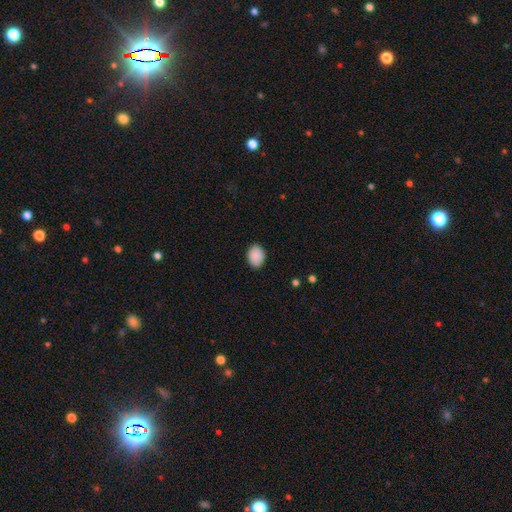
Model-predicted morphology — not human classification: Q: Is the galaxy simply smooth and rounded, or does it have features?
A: smooth — 90%.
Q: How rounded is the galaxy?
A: in between — 65%.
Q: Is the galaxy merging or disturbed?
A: none — 85%.